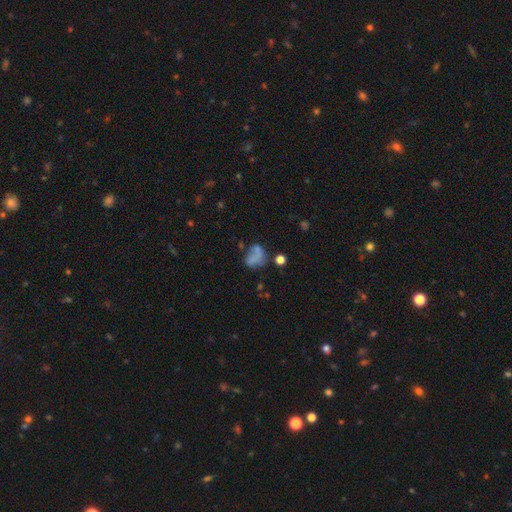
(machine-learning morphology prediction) type=smooth (59%); roundness=in between (60%); merging=none (34%).